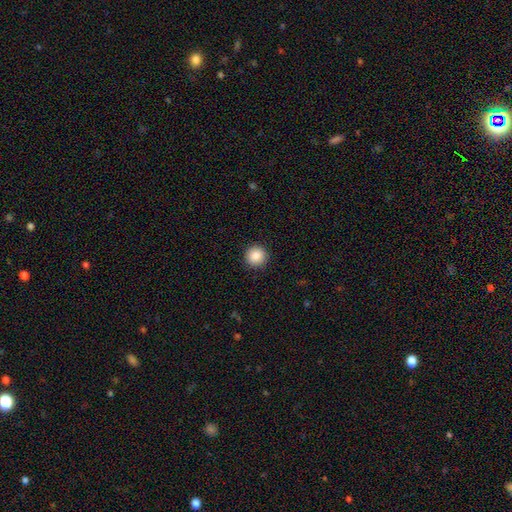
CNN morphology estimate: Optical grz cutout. It shows a smooth galaxy with no disk features (88%) that is round (95%). Merging: none (92%).